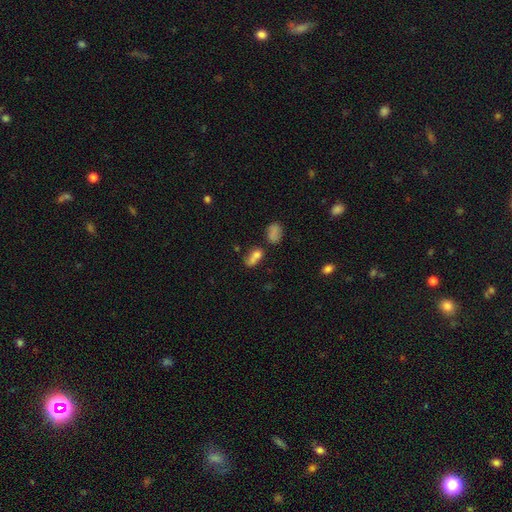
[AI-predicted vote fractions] Smooth or featured: smooth — 70% (featured or disk — 16%)
How rounded: in between — 71% (round — 20%)
Merging: merger — 39% (none — 33%)